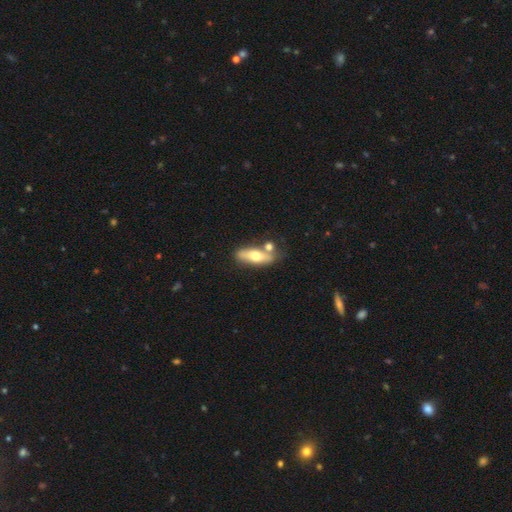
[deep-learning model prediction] smooth 54%, featured or disk 40%, star or artifact 6%. Down the decision tree: how rounded — in between (55%); merging — none (62%).